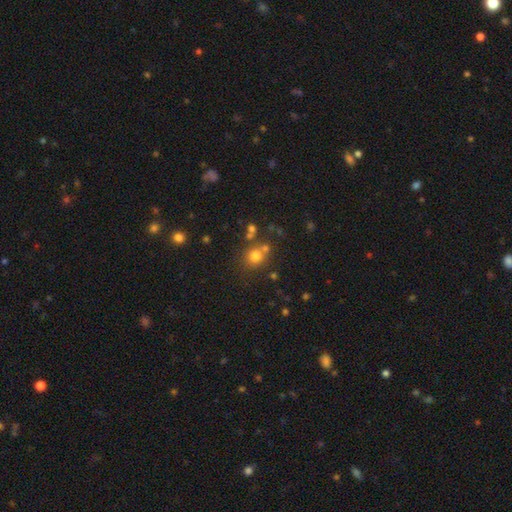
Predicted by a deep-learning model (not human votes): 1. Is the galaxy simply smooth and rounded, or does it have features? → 74% smooth, 17% star or artifact, 9% featured or disk.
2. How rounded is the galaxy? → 85% round, 14% in between, 1% cigar-shaped.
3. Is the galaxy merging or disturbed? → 65% none, 21% merger, 10% minor disturbance, 4% major disturbance.